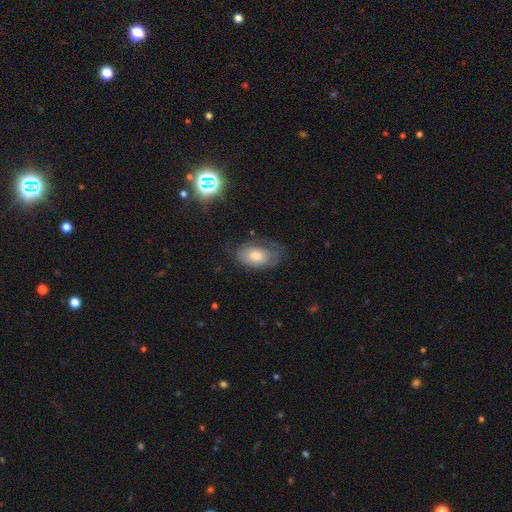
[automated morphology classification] Smooth or featured? smooth (57%)
How rounded? in between (89%)
Merging? none (54%)